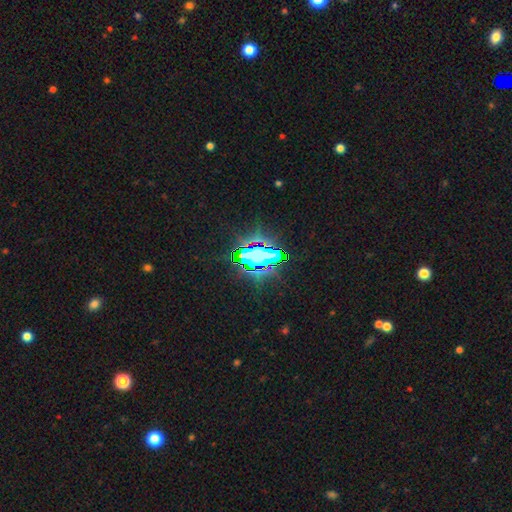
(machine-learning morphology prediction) Q: Smooth or featured?
A: star or artifact (68%); runner-up: smooth (20%)